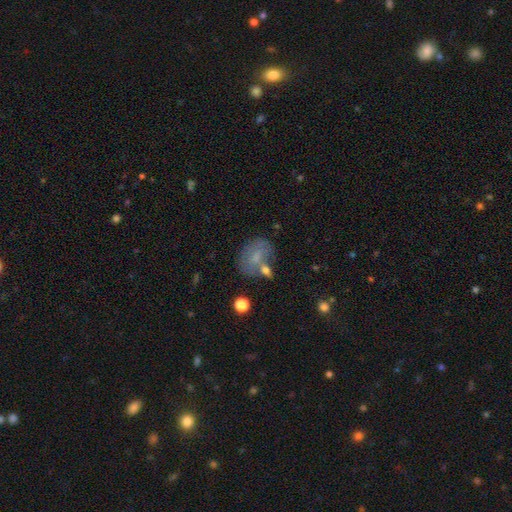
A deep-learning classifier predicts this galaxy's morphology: Smooth or featured?
  - smooth: 58% *
  - featured or disk: 30%
  - star or artifact: 13%
How rounded?
  - in between: 69% *
  - round: 29%
  - cigar-shaped: 2%
Merging?
  - none: 50% *
  - minor disturbance: 21%
  - merger: 19%
  - major disturbance: 11%